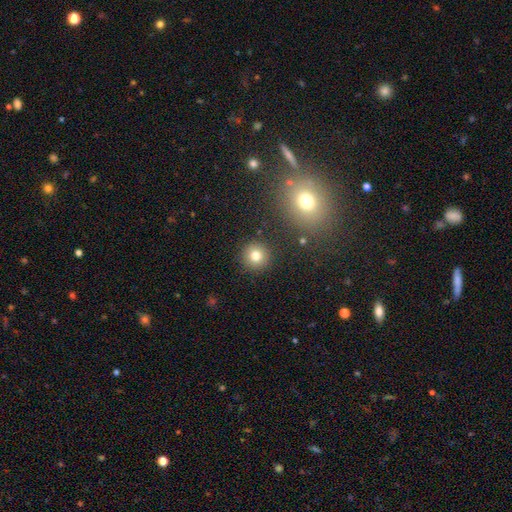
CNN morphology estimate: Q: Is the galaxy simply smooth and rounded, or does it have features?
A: smooth — 79%.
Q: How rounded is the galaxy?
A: round — 94%.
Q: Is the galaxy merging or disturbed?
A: none — 89%.